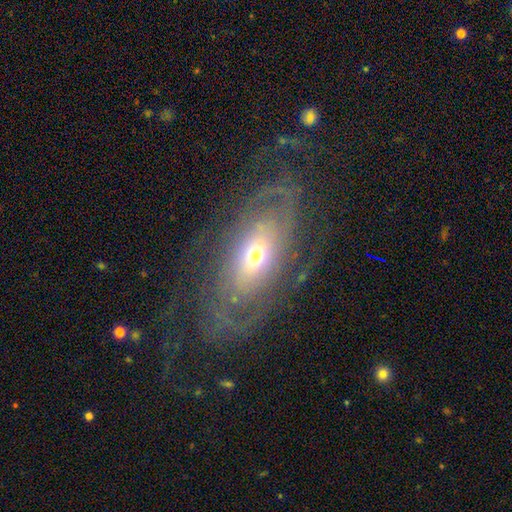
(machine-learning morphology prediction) smooth-or-featured: featured or disk: 69% | smooth: 23% | star or artifact: 8%
  disk-edge-on: no: 86% | yes: 14%
    bar: no: 71% | weak: 21% | strong: 8%
    has-spiral-arms: yes: 69% | no: 31%
    bulge-size: moderate: 61% | small: 27% | large: 9% | dominant: 2% | none: 1%
  merging: none: 62% | major disturbance: 18% | minor disturbance: 18% | merger: 2%